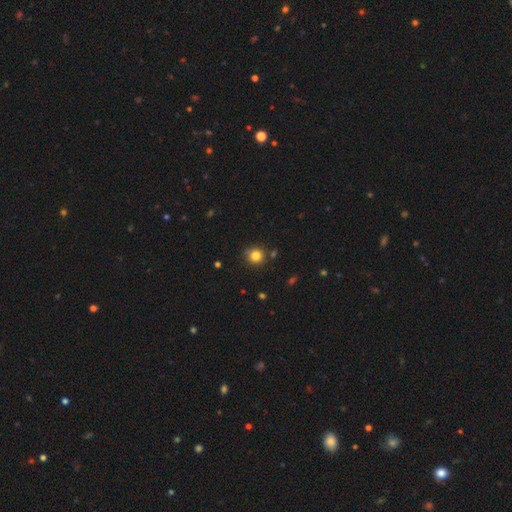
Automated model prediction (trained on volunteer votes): Smooth or featured? Predicted: smooth (p=0.82). How rounded? Predicted: round (p=0.92). Merging? Predicted: none (p=0.81).